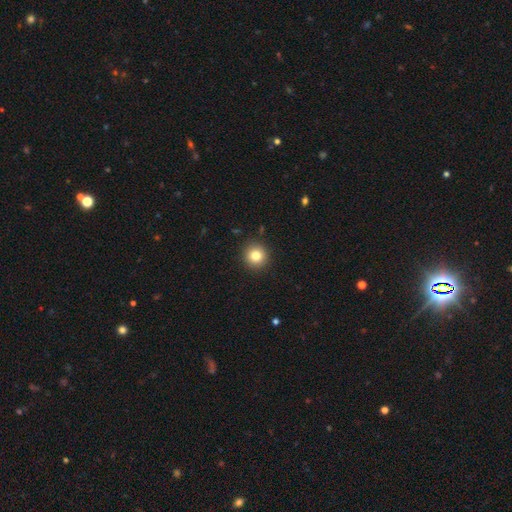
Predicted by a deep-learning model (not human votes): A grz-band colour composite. It shows a smooth galaxy with no disk features (82%) that is round (94%). Merging: none (91%).